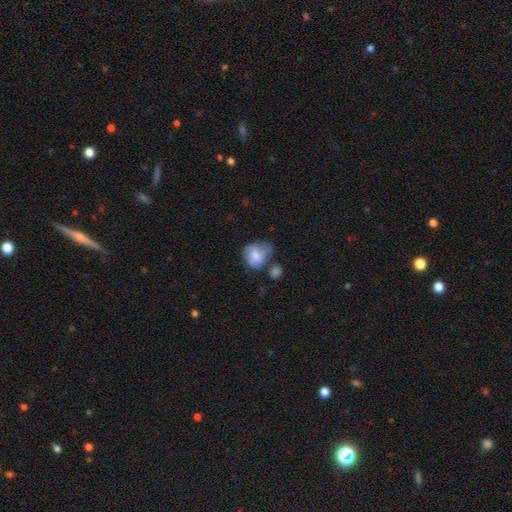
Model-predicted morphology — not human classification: This appears to be a smooth galaxy with no disk features (65%) that is round (50%). Merging: none (34%).